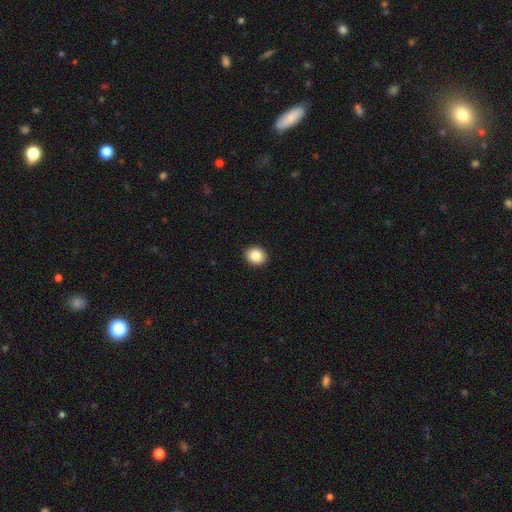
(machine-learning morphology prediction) A smooth galaxy with no disk features (86%) that is round (66%). Merging: none (92%).